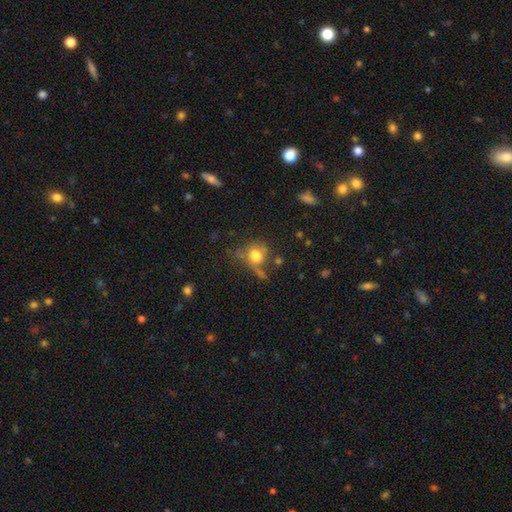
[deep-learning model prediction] Smooth or featured: smooth — 68% (featured or disk — 19%)
How rounded: round — 66% (in between — 33%)
Merging: none — 42% (minor disturbance — 22%)